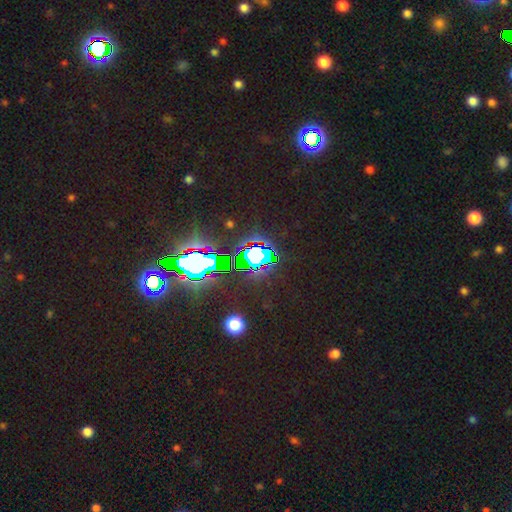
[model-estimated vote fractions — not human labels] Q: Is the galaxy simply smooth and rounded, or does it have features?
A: star or artifact — 73%.